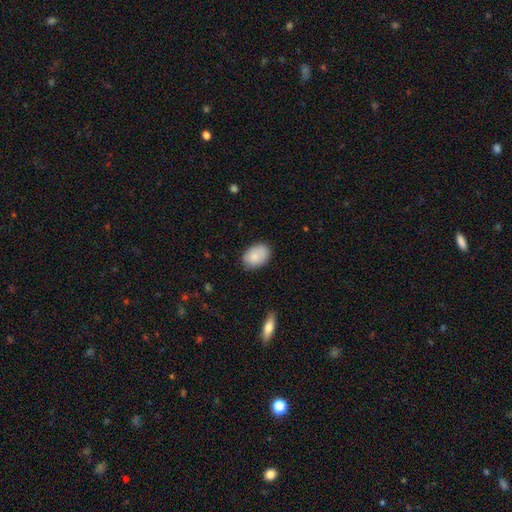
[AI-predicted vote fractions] This appears to be a smooth galaxy with no disk features (84%) that is in between round and cigar-shaped (84%). Merging: none (79%).